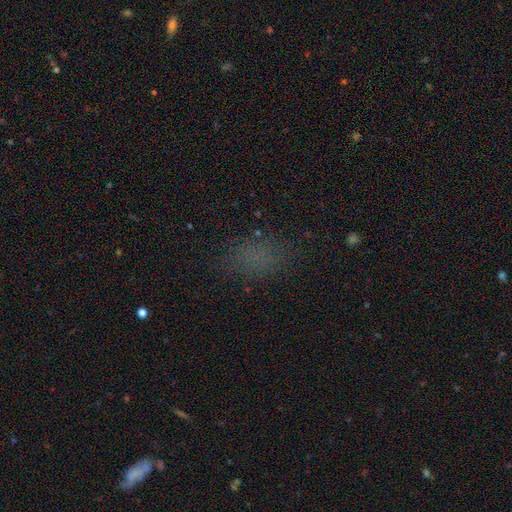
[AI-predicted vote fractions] This is likely a smooth galaxy (66%). How rounded: likely in between (80%). Merging: likely none (77%).